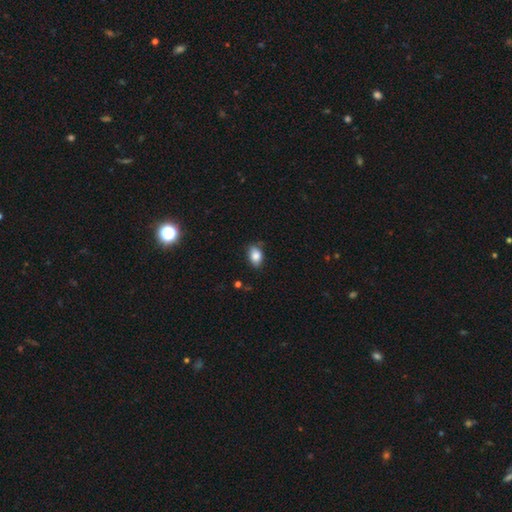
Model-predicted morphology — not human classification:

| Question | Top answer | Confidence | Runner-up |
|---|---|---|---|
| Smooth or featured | smooth | 85% | star or artifact (8%) |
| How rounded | in between | 86% | round (12%) |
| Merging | none | 77% | minor disturbance (18%) |